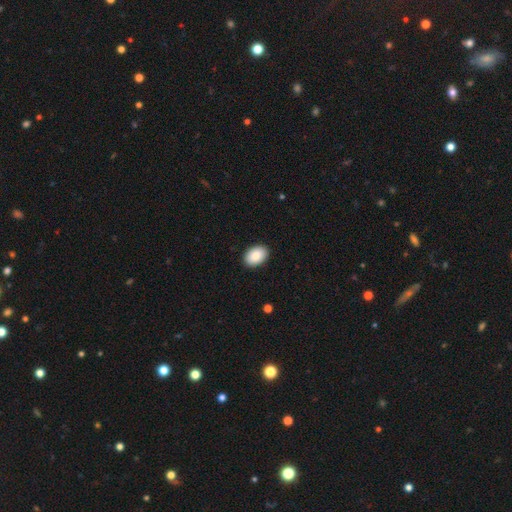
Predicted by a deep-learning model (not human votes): smooth 88%, star or artifact 6%, featured or disk 6%. Down the decision tree: how rounded — in between (86%); merging — none (91%).